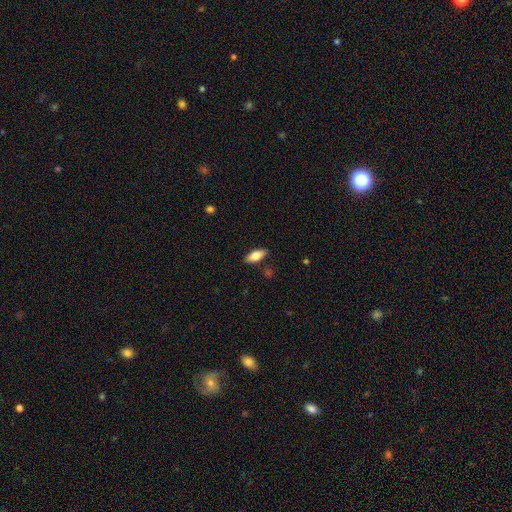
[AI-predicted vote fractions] smooth_or_featured: smooth (p=0.76) [alt: featured or disk p=0.17]
how_rounded: in between (p=0.84) [alt: cigar-shaped p=0.13]
merging: none (p=0.85) [alt: minor disturbance p=0.11]